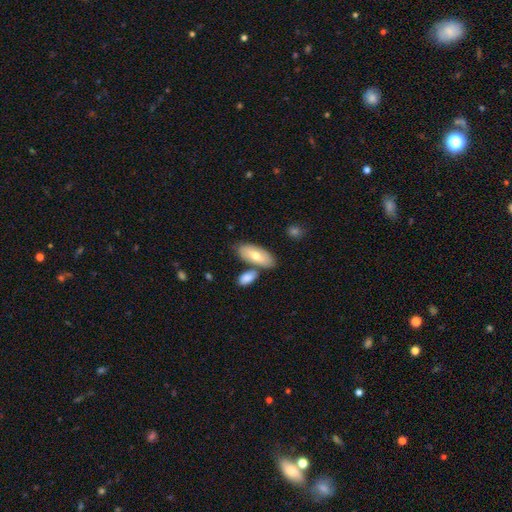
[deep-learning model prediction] Overall: smooth (68%). How rounded: in between (83%). Merging: none (65%).